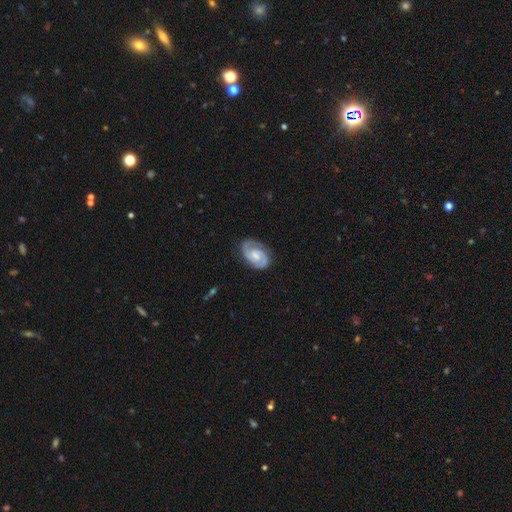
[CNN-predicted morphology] This appears to be a featured or disk galaxy (85%) with a weak bar (46%), 2 (89%) tight (47%) spiral arms (97%) and a moderate central bulge (46%). Merging: none (81%).